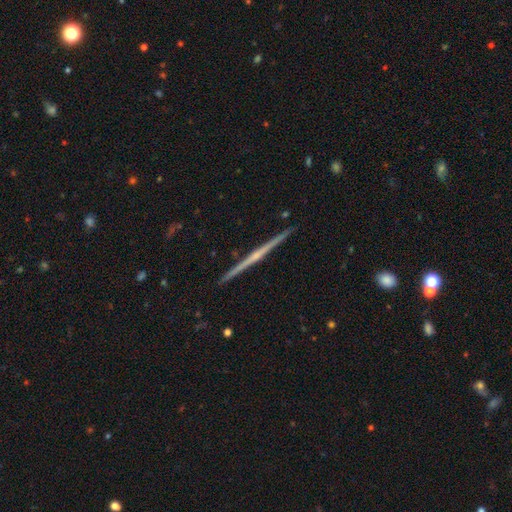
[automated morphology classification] This is clearly a featured or disk galaxy (80%). It is clearly viewed edge-on (99%). Edge-on bulge: possibly rounded (51%). Merging: clearly none (93%).